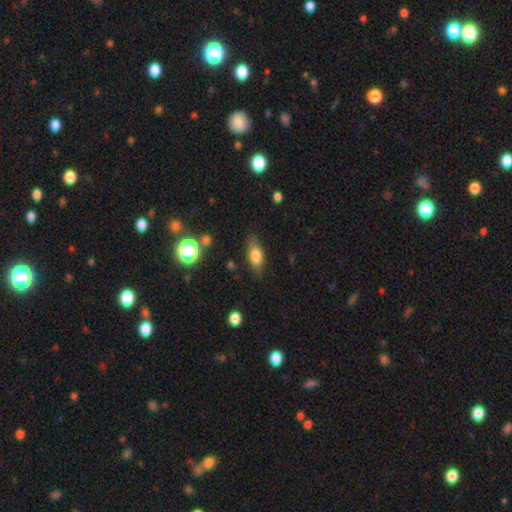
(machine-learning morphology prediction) type=smooth (75%); roundness=in between (77%); merging=none (78%).